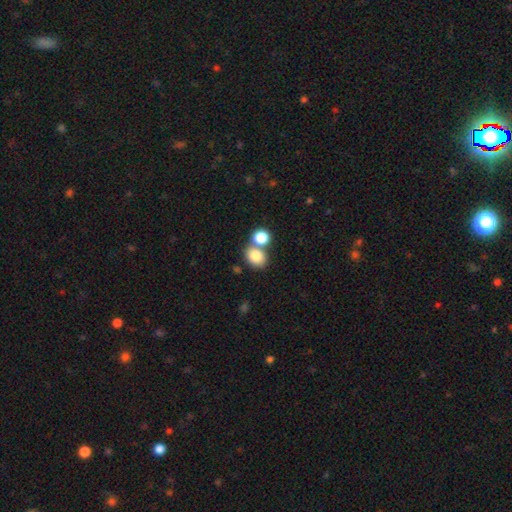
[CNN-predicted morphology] Smooth or featured: smooth — 82% (star or artifact — 10%)
How rounded: round — 50% (in between — 49%)
Merging: none — 48% (merger — 41%)